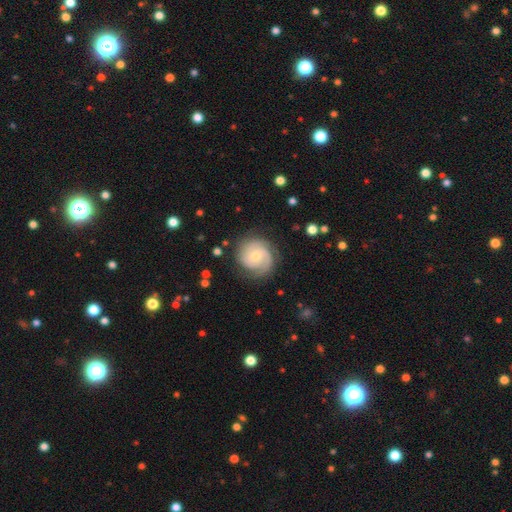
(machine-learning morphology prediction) A featured or disk galaxy (83%) with no bar (64%), 2 (44%) tight (58%) spiral arms (97%) and a small central bulge (53%). Merging: none (79%).